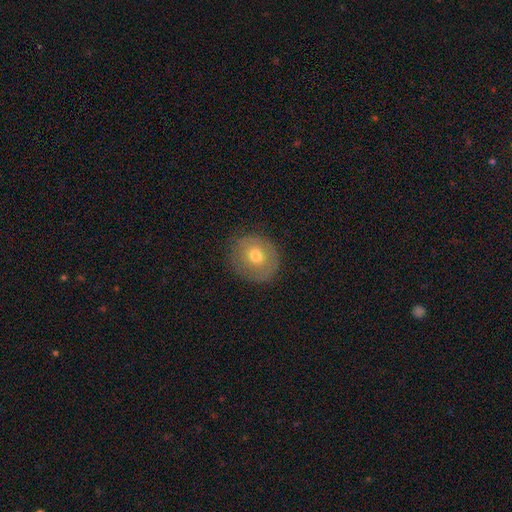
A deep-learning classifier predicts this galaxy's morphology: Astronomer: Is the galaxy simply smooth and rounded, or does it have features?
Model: smooth — 64%.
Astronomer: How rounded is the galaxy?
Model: round — 83%.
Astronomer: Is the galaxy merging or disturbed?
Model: none — 80%.